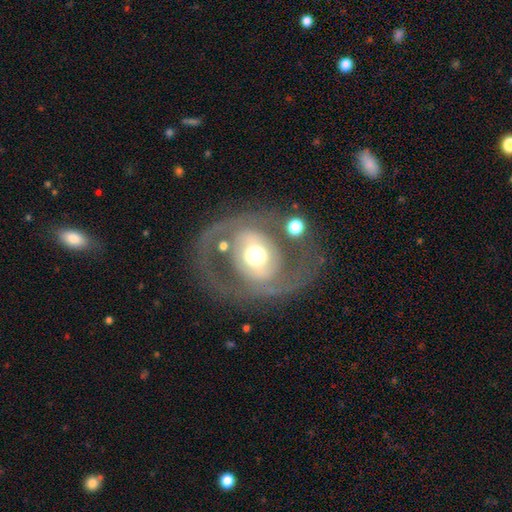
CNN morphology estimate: Overall: featured or disk (72%). Edge-on disk: no (95%). Bar: no (61%; weak 24%). Spiral arms: no (51%; yes 49%). Bulge size: moderate (58%; large 31%). Merging: none (66%).